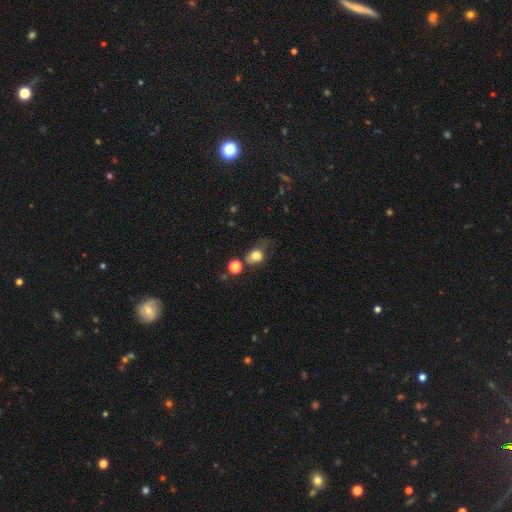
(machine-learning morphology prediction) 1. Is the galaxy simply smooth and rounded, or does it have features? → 76% smooth, 12% star or artifact, 12% featured or disk.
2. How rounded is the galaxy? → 57% round, 41% in between, 2% cigar-shaped.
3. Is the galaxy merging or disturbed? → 39% none, 27% minor disturbance, 22% major disturbance, 13% merger.